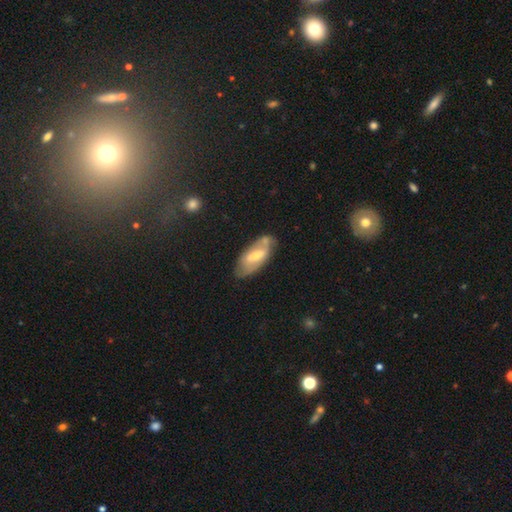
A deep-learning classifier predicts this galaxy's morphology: Smooth or featured? Predicted: featured or disk (p=0.52). Edge-on disk? Predicted: no (p=0.85). Merging? Predicted: none (p=0.61).